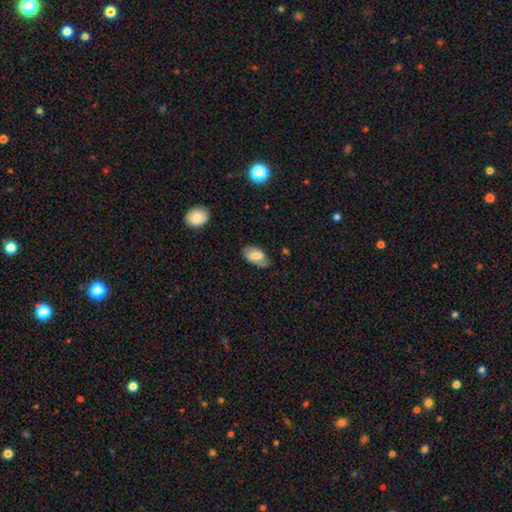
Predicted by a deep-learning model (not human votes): This appears to be a smooth galaxy with no disk features (49%). Merging: none (73%).